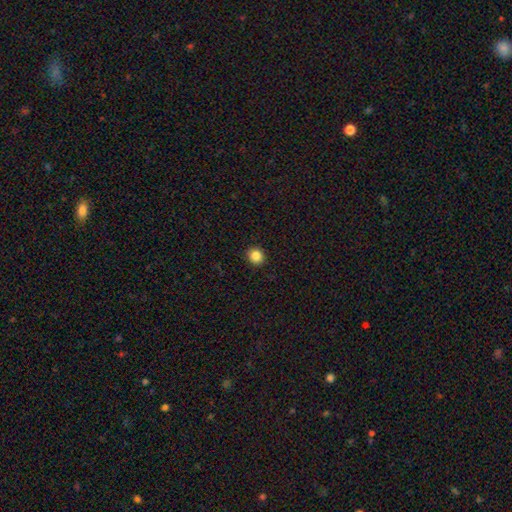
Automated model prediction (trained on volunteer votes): This appears to be a smooth galaxy with no disk features (85%) that is round (89%). Merging: none (93%).